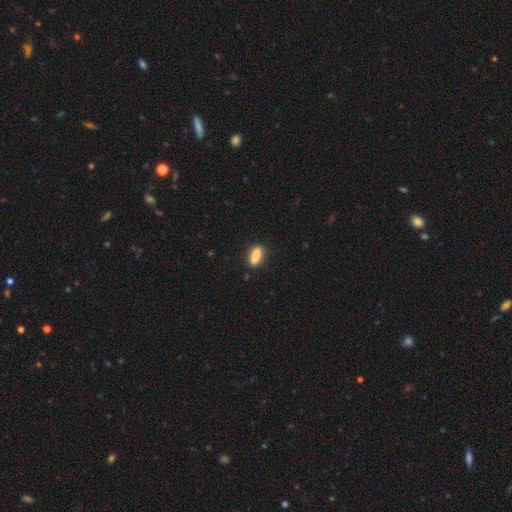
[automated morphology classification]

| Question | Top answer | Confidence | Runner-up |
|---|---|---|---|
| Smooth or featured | smooth | 82% | featured or disk (11%) |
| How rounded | in between | 56% | cigar-shaped (39%) |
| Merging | none | 83% | minor disturbance (12%) |